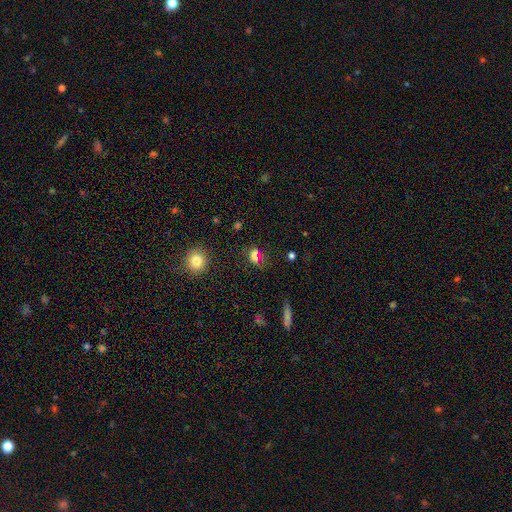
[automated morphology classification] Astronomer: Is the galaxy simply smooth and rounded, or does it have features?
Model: smooth — 67%.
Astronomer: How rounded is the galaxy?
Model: in between — 58% (runner-up: round, 38%).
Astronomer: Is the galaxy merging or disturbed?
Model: none — 73%.